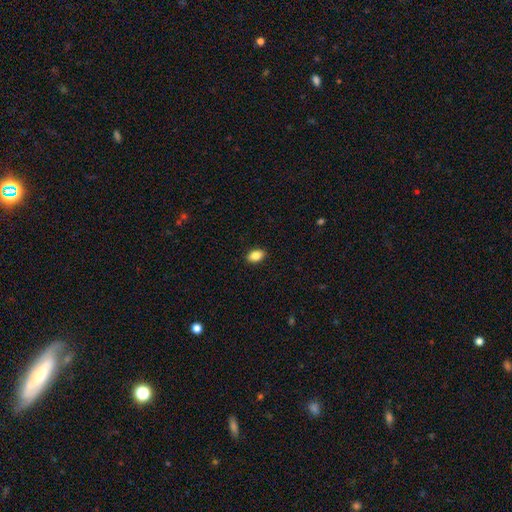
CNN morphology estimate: smooth_or_featured: smooth (p=0.86) [alt: star or artifact p=0.08]
how_rounded: in between (p=0.85) [alt: round p=0.13]
merging: none (p=0.90) [alt: minor disturbance p=0.07]